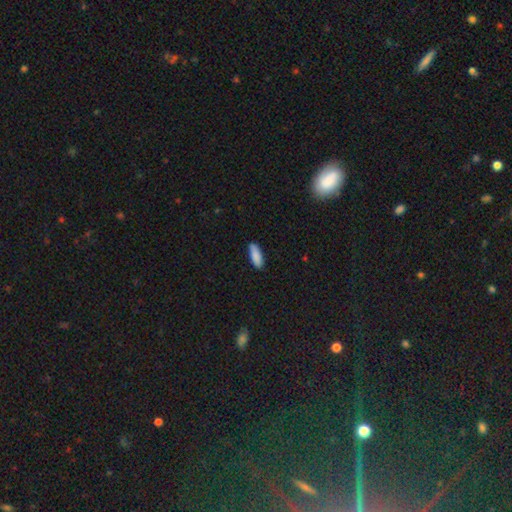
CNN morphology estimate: Smooth or featured? smooth (88%)
How rounded? in between (64%)
Merging? none (84%)